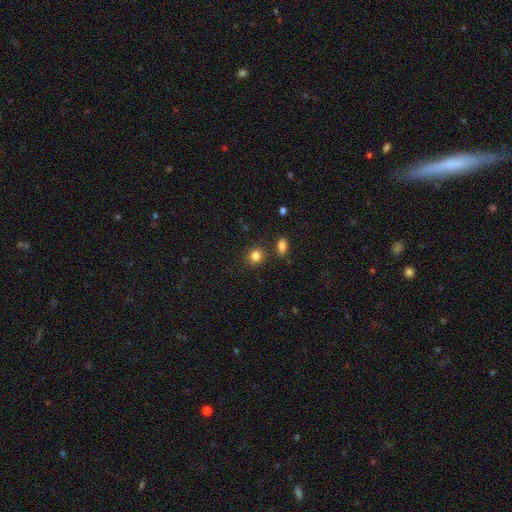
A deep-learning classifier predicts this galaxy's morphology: A smooth galaxy with no disk features (84%) that is round (76%).

Vote fractions:
- Smooth or featured? smooth: 84% / star or artifact: 11% / featured or disk: 5%
- How rounded? round: 76% / in between: 23% / cigar-shaped: 1%
- Merging? none: 82% / minor disturbance: 10% / merger: 6% / major disturbance: 3%